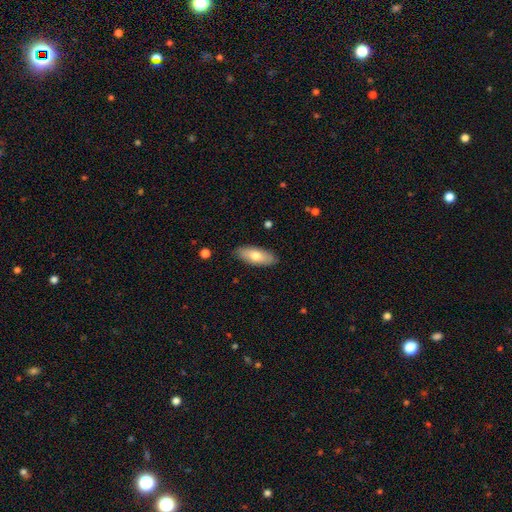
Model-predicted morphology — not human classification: smooth-or-featured: smooth: 72% | featured or disk: 22% | star or artifact: 6%
  how-rounded: in between: 81% | cigar-shaped: 17% | round: 2%
  merging: none: 86% | minor disturbance: 11% | major disturbance: 2% | merger: 1%